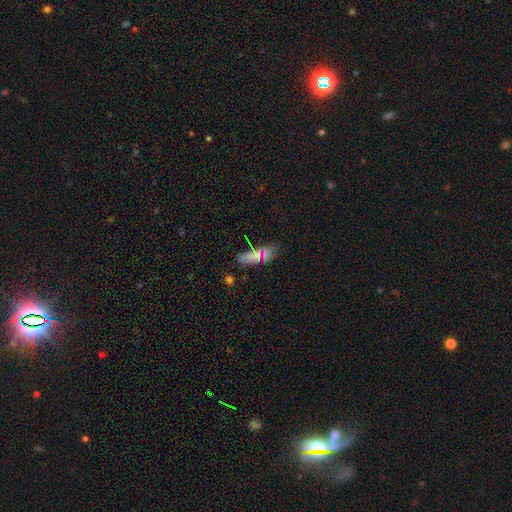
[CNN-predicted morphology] This appears to be a smooth galaxy with no disk features (72%) that is in between round and cigar-shaped (72%). Merging: none (81%).